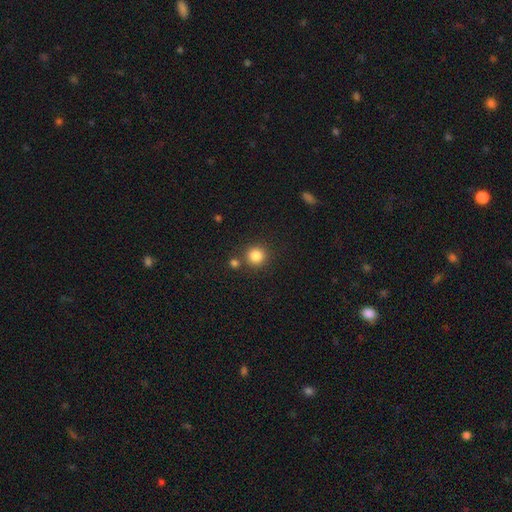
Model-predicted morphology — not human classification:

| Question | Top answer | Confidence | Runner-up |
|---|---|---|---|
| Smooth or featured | smooth | 84% | star or artifact (12%) |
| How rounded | round | 92% | in between (7%) |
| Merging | none | 79% | merger (10%) |